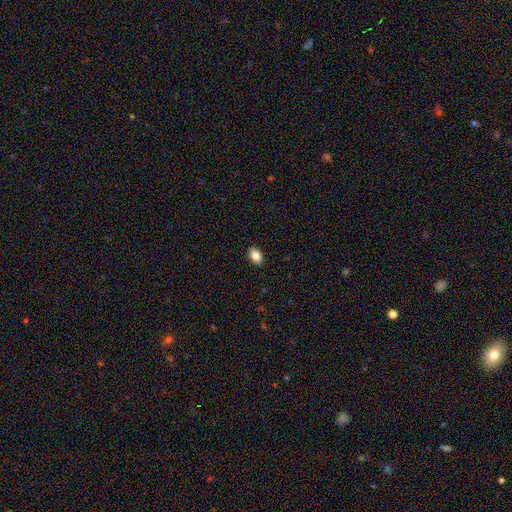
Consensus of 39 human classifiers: Q: Smooth or featured?
A: smooth (90%); runner-up: featured or disk (5%)
Q: How rounded?
A: in between (77%); runner-up: round (20%)
Q: Merging?
A: none (92%); runner-up: minor disturbance (5%)